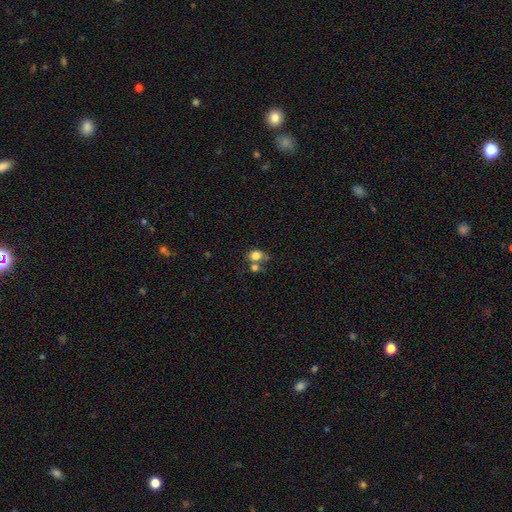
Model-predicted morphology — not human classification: Q: Smooth or featured?
A: smooth (78%); runner-up: featured or disk (11%)
Q: How rounded?
A: round (57%); runner-up: in between (42%)
Q: Merging?
A: merger (40%); runner-up: none (39%)